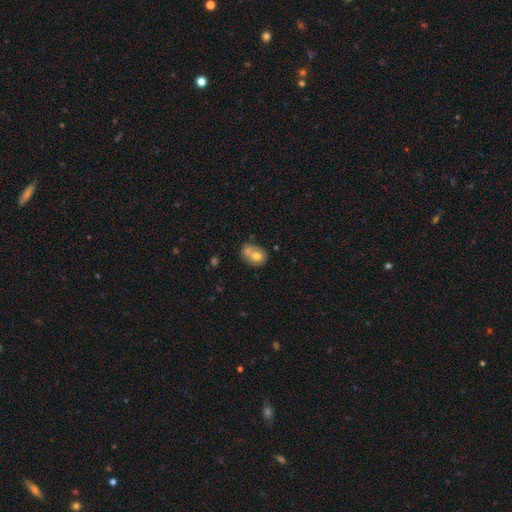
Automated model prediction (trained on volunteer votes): Smooth or featured? smooth (68%)
How rounded? in between (51%)
Merging? merger (49%)